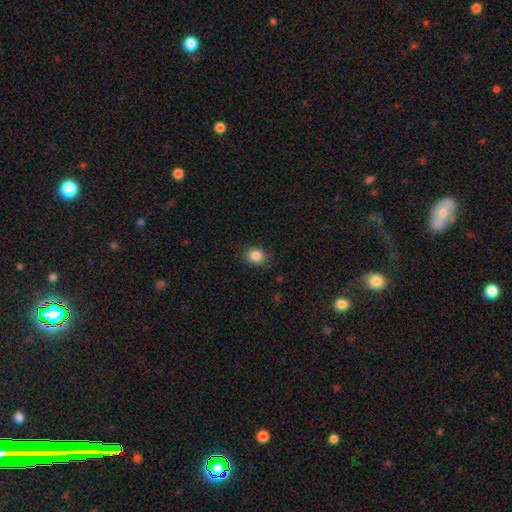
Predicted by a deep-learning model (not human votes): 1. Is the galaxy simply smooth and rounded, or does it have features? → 86% smooth, 10% star or artifact, 4% featured or disk.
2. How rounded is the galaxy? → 62% round, 37% in between, 1% cigar-shaped.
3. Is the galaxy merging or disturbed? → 85% none, 11% minor disturbance, 3% major disturbance, 1% merger.